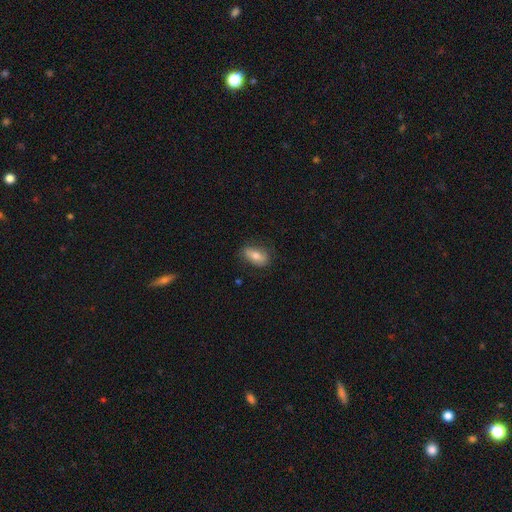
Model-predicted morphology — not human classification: A smooth galaxy with no disk features (67%) that is in between round and cigar-shaped (86%).

Vote fractions:
- Smooth or featured? smooth: 67% / featured or disk: 25% / star or artifact: 7%
- How rounded? in between: 86% / round: 8% / cigar-shaped: 6%
- Merging? none: 74% / minor disturbance: 20% / major disturbance: 5% / merger: 1%